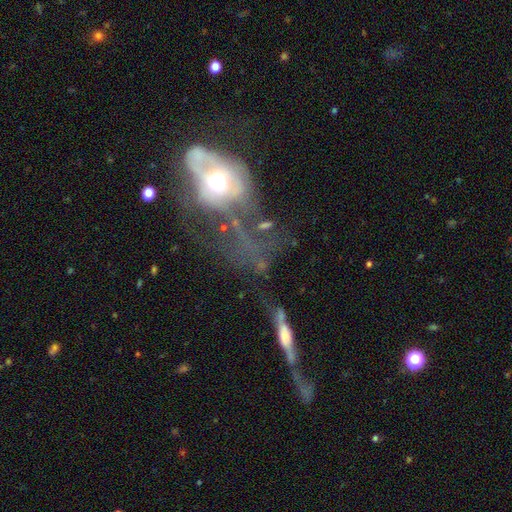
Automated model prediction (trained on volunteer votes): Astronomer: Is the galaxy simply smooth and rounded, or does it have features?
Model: featured or disk — 59%.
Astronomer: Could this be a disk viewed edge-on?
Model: no — 81%.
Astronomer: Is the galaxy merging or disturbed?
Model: major disturbance — 51%.